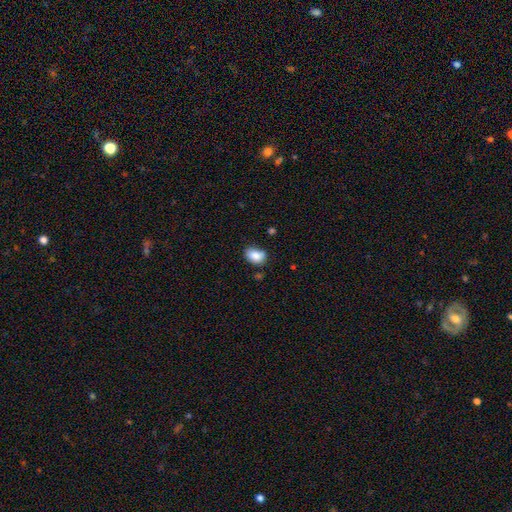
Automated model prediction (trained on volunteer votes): Morphology: type=smooth (86%); roundness=in between (79%); merging=none (66%).